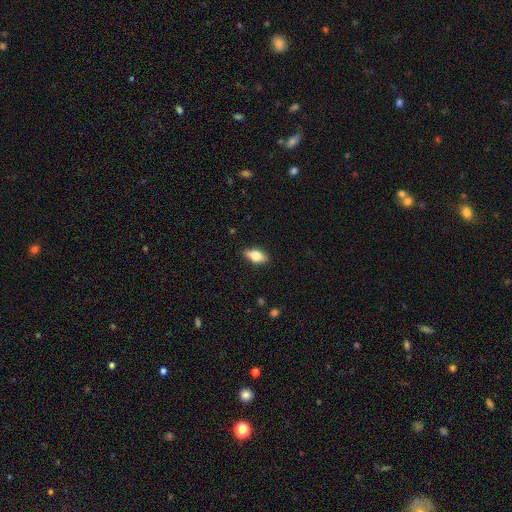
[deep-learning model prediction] Morphology: type=smooth (73%); roundness=in between (85%); merging=none (86%).